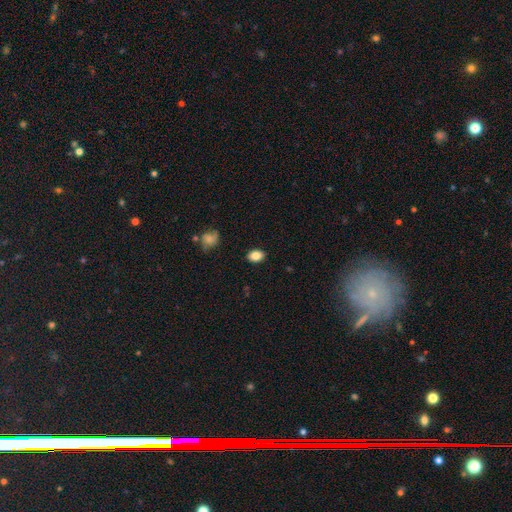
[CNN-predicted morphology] smooth-or-featured: smooth: 85% | star or artifact: 9% | featured or disk: 7%
  how-rounded: in between: 77% | round: 22% | cigar-shaped: 1%
  merging: none: 87% | minor disturbance: 9% | major disturbance: 2% | merger: 1%